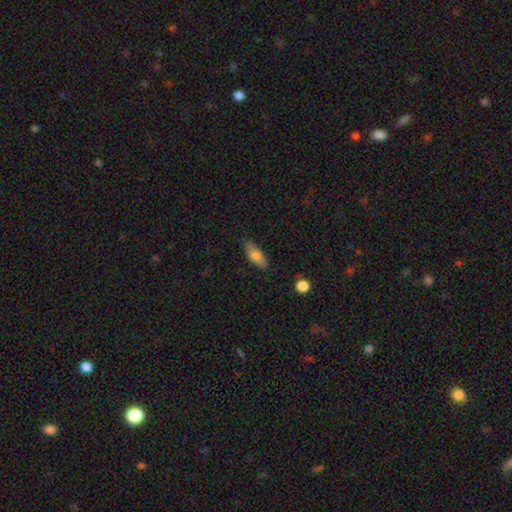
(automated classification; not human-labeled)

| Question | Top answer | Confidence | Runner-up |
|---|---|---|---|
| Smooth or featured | smooth | 73% | featured or disk (20%) |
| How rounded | in between | 74% | cigar-shaped (23%) |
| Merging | none | 82% | minor disturbance (14%) |